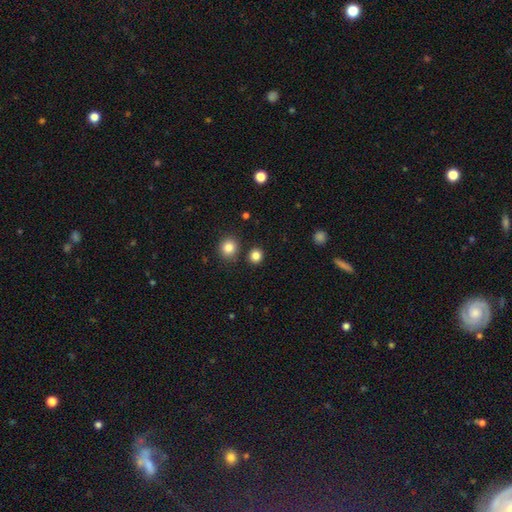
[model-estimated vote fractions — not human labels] smooth 83%, star or artifact 12%, featured or disk 4%. Down the decision tree: how rounded — round (87%); merging — none (85%).